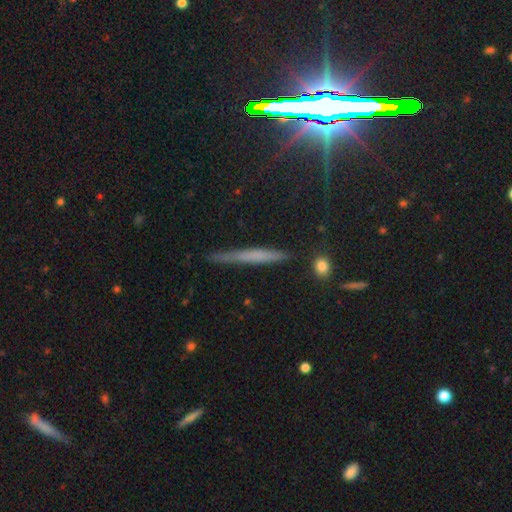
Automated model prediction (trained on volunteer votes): A smooth galaxy with no disk features (47%).

Vote fractions:
- Smooth or featured? smooth: 47% / featured or disk: 40% / star or artifact: 13%
- Merging? none: 80% / minor disturbance: 15% / major disturbance: 3% / merger: 2%